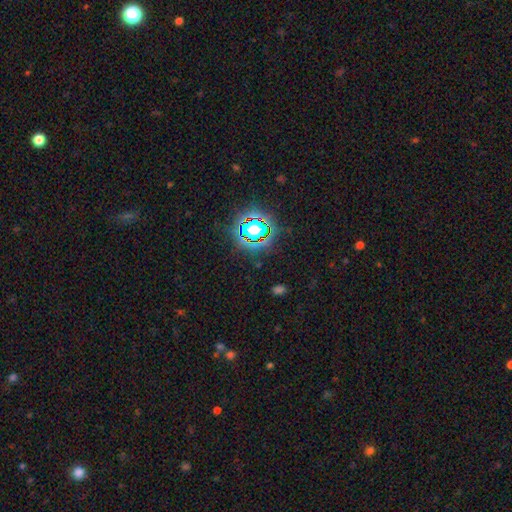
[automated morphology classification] This appears to be a star or artifact, not a galaxy (78%).